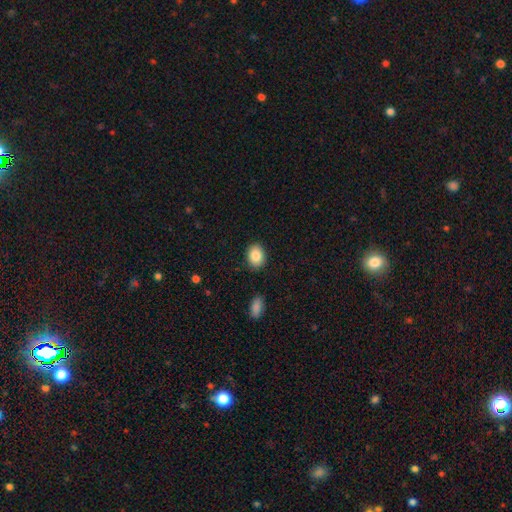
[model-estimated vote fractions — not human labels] A smooth galaxy with no disk features (85%) that is in between round and cigar-shaped (60%). Merging: none (88%).